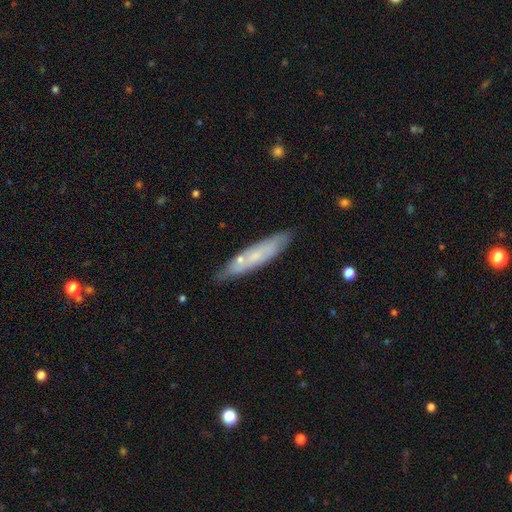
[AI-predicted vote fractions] smooth_or_featured: smooth (p=0.50) [alt: featured or disk p=0.43]
merging: none (p=0.76) [alt: minor disturbance p=0.16]